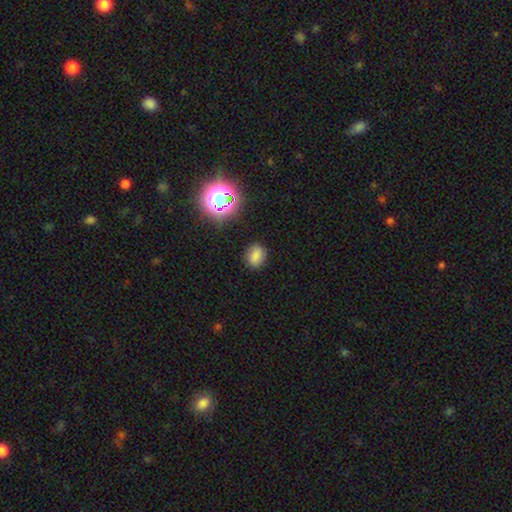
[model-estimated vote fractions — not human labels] This appears to be a smooth galaxy with no disk features (76%) that is in between round and cigar-shaped (57%). Merging: none (84%).